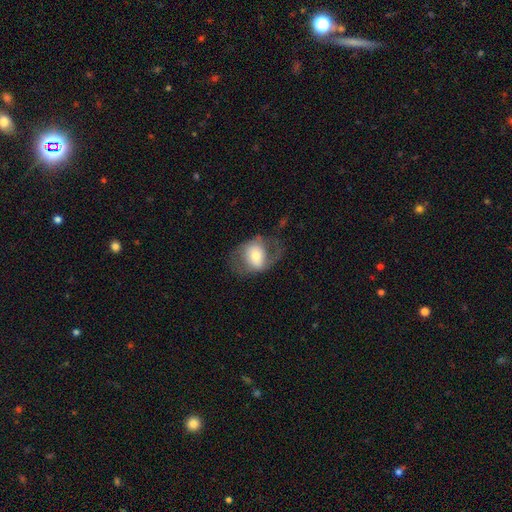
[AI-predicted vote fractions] smooth-or-featured: smooth: 49% | featured or disk: 44% | star or artifact: 7%
  merging: none: 51% | major disturbance: 26% | minor disturbance: 22% | merger: 2%